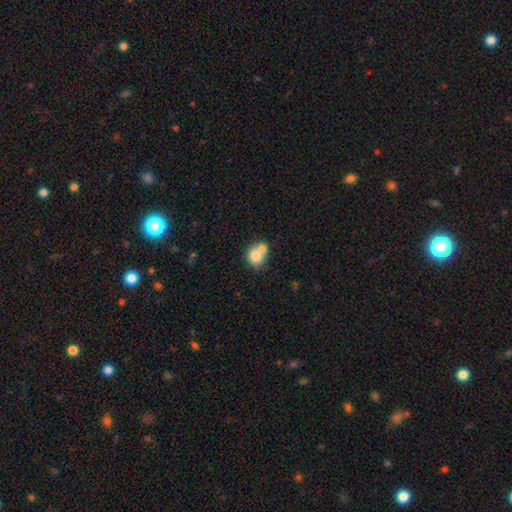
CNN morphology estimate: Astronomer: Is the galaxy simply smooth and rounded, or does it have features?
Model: smooth — 75%.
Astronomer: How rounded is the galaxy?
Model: round — 70%.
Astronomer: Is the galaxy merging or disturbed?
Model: merger — 58%.